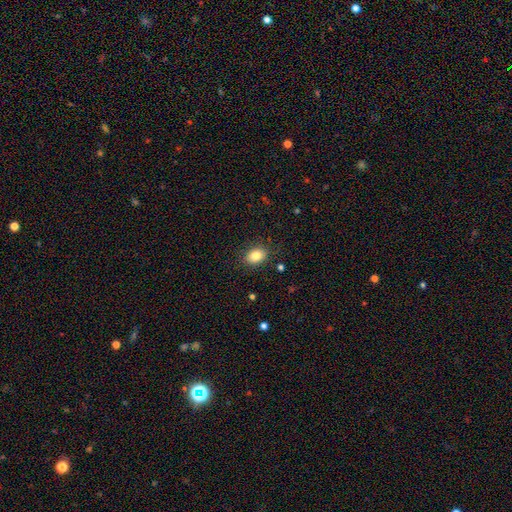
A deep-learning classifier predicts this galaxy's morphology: smooth-or-featured: smooth: 83% | star or artifact: 10% | featured or disk: 8%
  how-rounded: in between: 69% | round: 30% | cigar-shaped: 1%
  merging: none: 86% | minor disturbance: 10% | major disturbance: 3% | merger: 1%